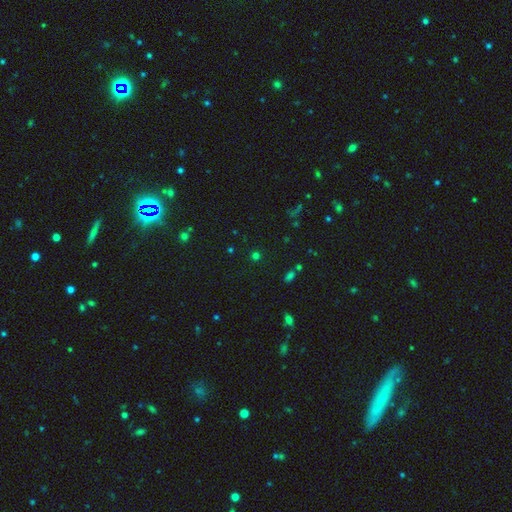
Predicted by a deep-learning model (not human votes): Smooth or featured: smooth — 61% (star or artifact — 33%)
How rounded: round — 90% (in between — 9%)
Merging: none — 87% (minor disturbance — 7%)